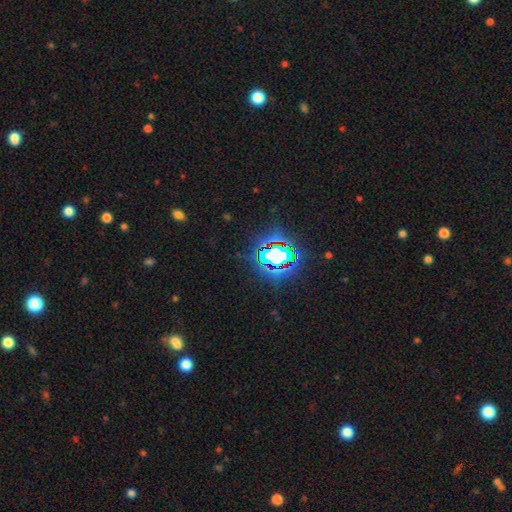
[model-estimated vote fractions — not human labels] Smooth or featured?
  - star or artifact: 79% *
  - smooth: 12%
  - featured or disk: 8%